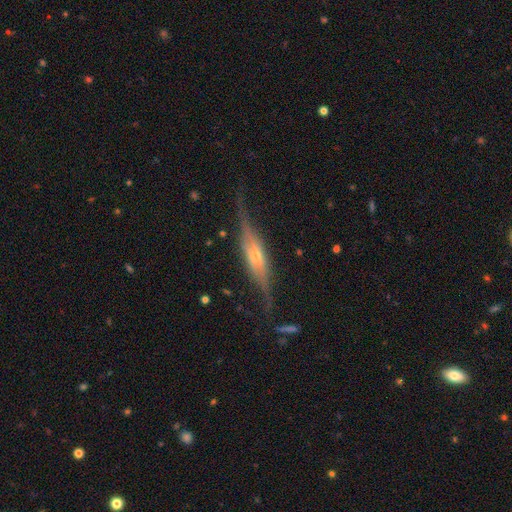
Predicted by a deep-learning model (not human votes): Smooth or featured: featured or disk — 80% (smooth — 14%)
Edge-on disk: yes — 88% (no — 12%)
Edge-on bulge: rounded — 70% (boxy — 20%)
Merging: none — 68% (minor disturbance — 20%)